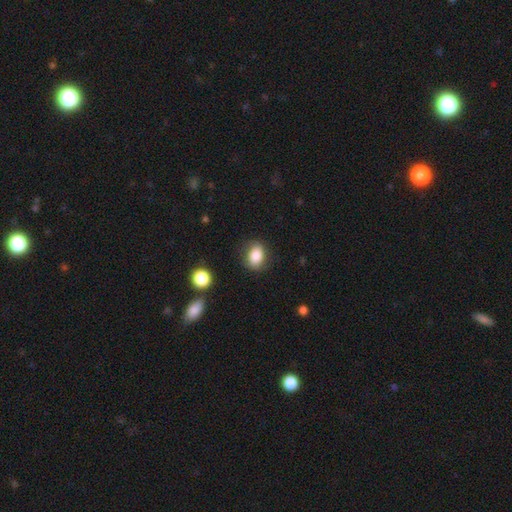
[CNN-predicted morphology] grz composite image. It shows a smooth galaxy with no disk features (84%) that is in between round and cigar-shaped (71%). Merging: none (80%).